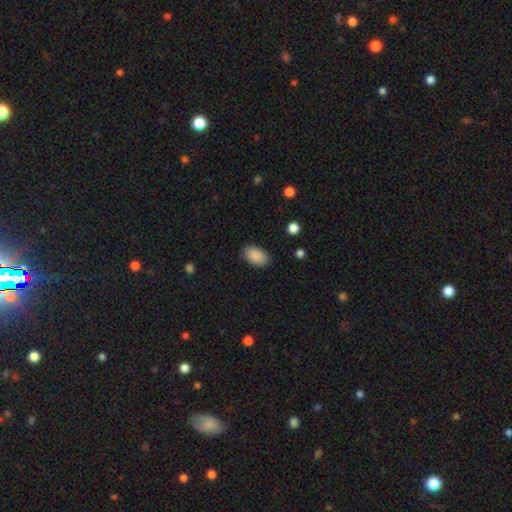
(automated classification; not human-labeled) Smooth or featured? smooth (89%)
How rounded? in between (92%)
Merging? none (84%)